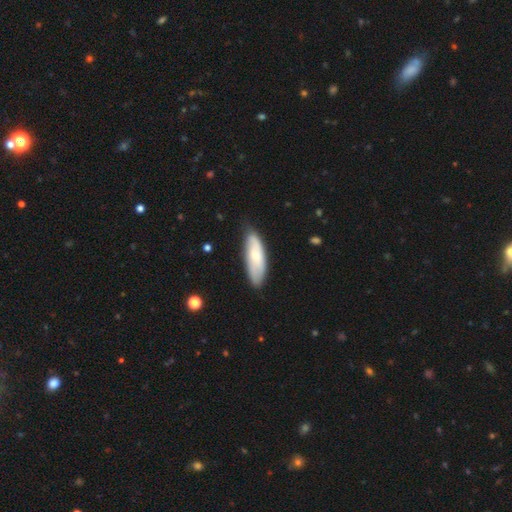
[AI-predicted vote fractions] A smooth galaxy with no disk features (59%) that is in between round and cigar-shaped (61%). Merging: none (72%).